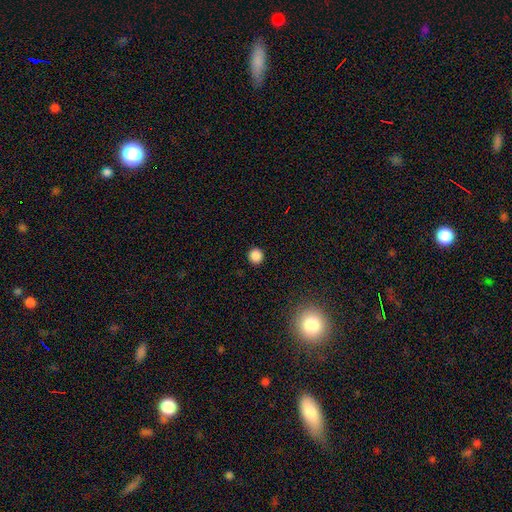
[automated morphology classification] smooth_or_featured: smooth (p=0.86) [alt: star or artifact p=0.12]
how_rounded: round (p=0.94) [alt: in between p=0.05]
merging: none (p=0.93) [alt: minor disturbance p=0.04]